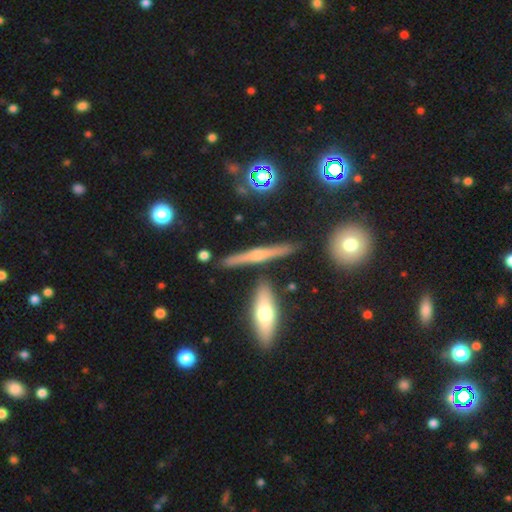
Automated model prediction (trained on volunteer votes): Overall: featured or disk (63%; smooth 27%). Edge-on disk: yes (95%). Edge-on bulge: rounded (77%). Merging: none (83%).